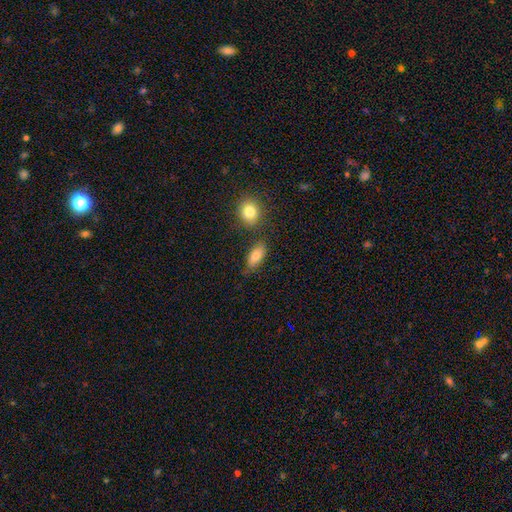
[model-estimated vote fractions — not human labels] This is clearly a smooth galaxy (80%). How rounded: clearly in between (83%). Merging: likely none (73%).